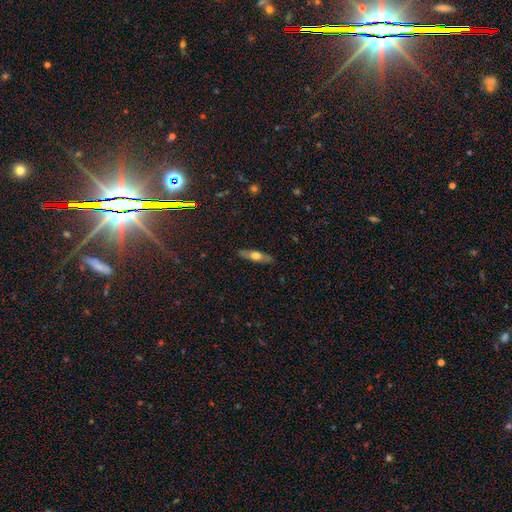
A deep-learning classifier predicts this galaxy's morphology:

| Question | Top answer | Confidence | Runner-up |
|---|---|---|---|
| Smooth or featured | smooth | 51% | featured or disk (43%) |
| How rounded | cigar-shaped | 67% | in between (31%) |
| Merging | none | 88% | minor disturbance (9%) |